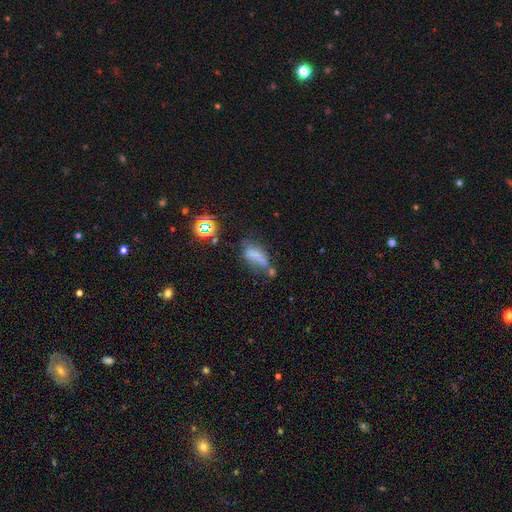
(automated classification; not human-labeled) A smooth galaxy with no disk features (57%) that is in between round and cigar-shaped (76%). Merging: none (29%).